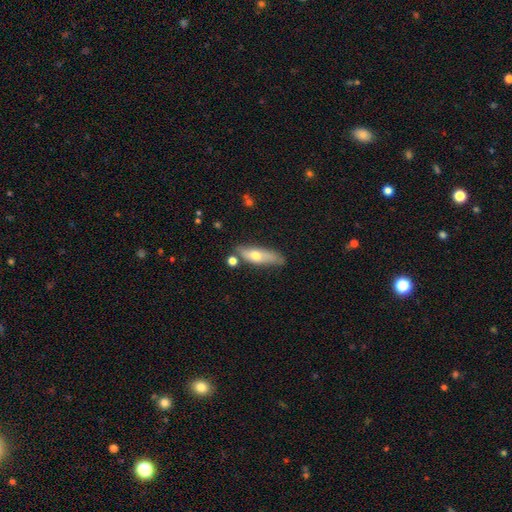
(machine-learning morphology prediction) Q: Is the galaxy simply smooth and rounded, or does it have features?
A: smooth — 57%.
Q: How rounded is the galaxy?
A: cigar-shaped — 55%.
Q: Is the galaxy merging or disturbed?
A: none — 63%.